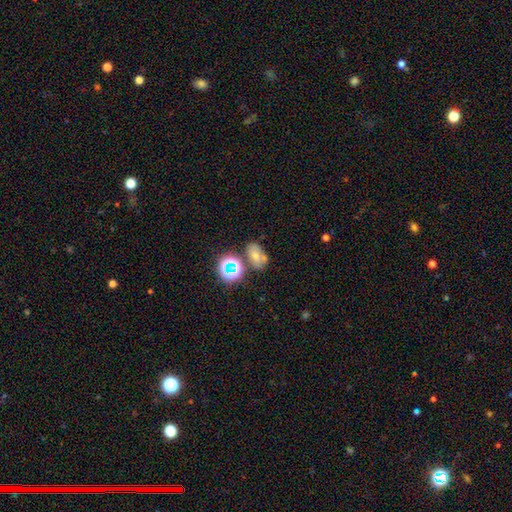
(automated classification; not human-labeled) Smooth or featured: smooth — 57% (star or artifact — 23%)
How rounded: in between — 75% (round — 23%)
Merging: none — 55% (merger — 22%)